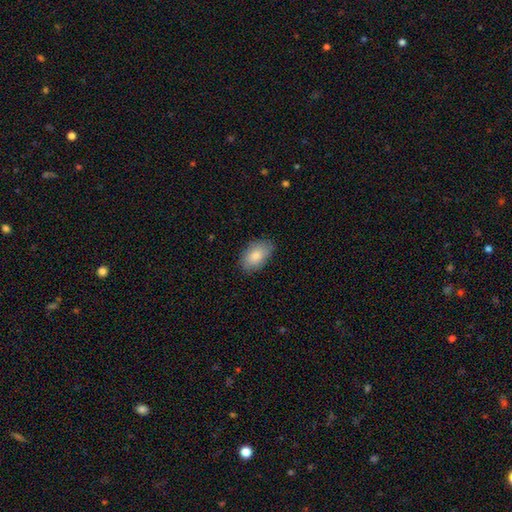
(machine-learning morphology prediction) Smooth or featured?
  - smooth: 84% *
  - featured or disk: 10%
  - star or artifact: 6%
How rounded?
  - in between: 93% *
  - round: 6%
  - cigar-shaped: 1%
Merging?
  - none: 81% *
  - minor disturbance: 15%
  - major disturbance: 3%
  - merger: 1%